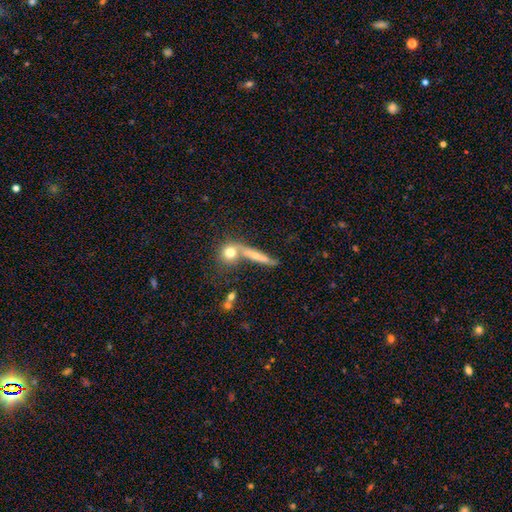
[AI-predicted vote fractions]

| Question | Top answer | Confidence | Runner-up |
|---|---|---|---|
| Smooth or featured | smooth | 50% | featured or disk (40%) |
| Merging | none | 58% | merger (24%) |